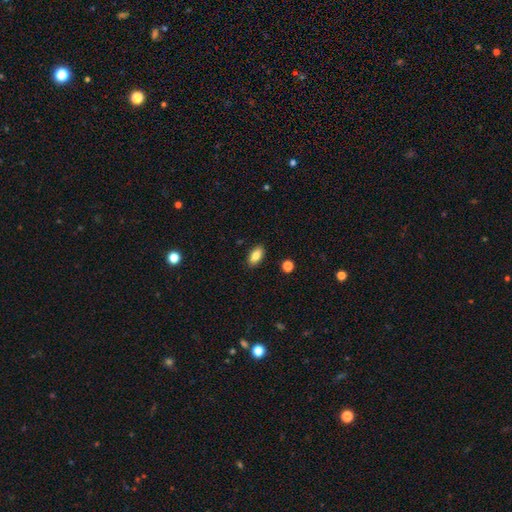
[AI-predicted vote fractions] Morphology: type=smooth (83%); roundness=in between (90%); merging=none (89%).